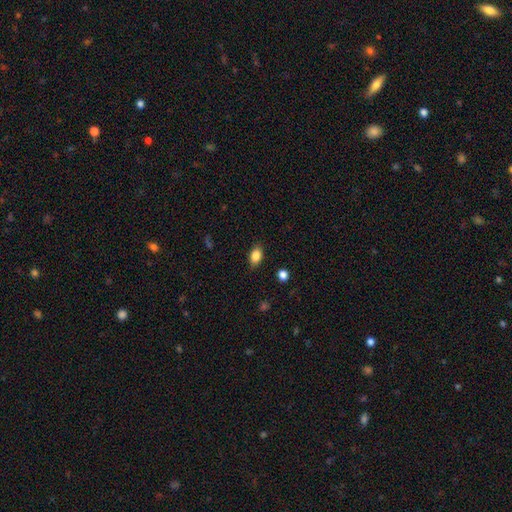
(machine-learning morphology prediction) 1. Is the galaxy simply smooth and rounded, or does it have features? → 84% smooth, 9% star or artifact, 7% featured or disk.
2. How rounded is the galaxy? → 83% in between, 13% round, 3% cigar-shaped.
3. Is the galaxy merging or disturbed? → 83% none, 13% minor disturbance, 3% major disturbance, 1% merger.